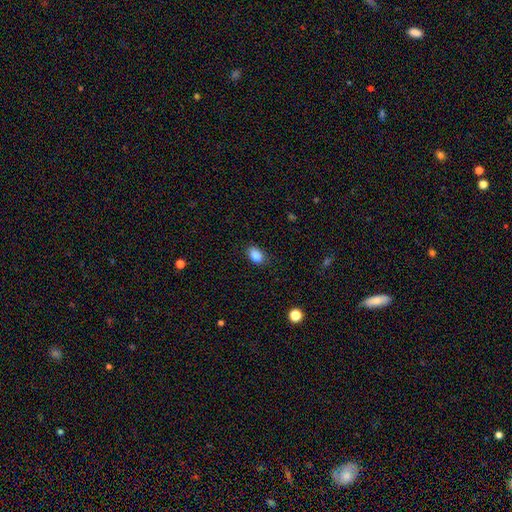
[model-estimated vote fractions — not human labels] smooth 87%, star or artifact 9%, featured or disk 4%. Down the decision tree: how rounded — in between (86%); merging — none (84%).